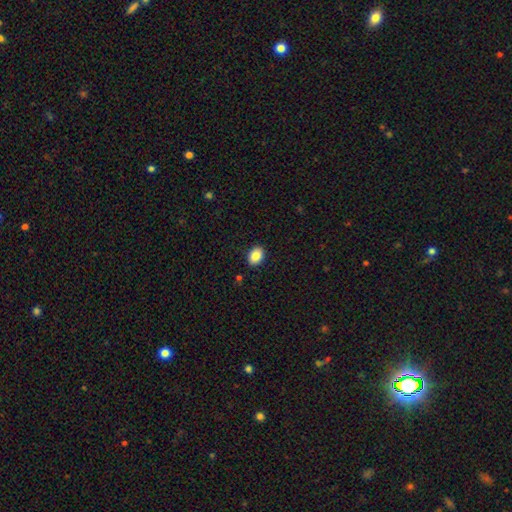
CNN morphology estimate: Smooth or featured?
  - smooth: 86% *
  - star or artifact: 8%
  - featured or disk: 6%
How rounded?
  - in between: 80% *
  - round: 19%
  - cigar-shaped: 1%
Merging?
  - none: 90% *
  - minor disturbance: 7%
  - major disturbance: 2%
  - merger: 1%